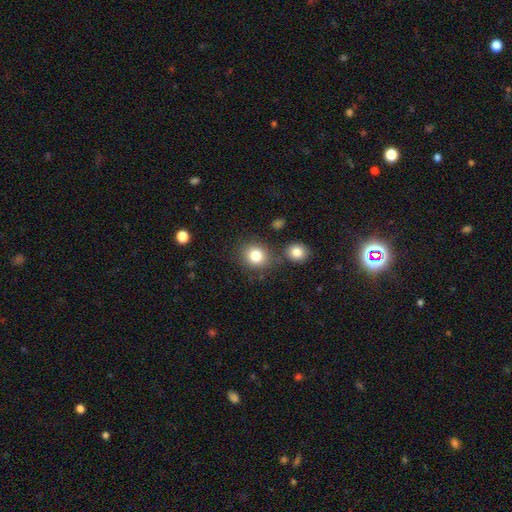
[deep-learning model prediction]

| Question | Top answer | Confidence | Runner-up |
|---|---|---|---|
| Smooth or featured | smooth | 82% | star or artifact (10%) |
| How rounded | round | 80% | in between (19%) |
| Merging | none | 74% | merger (12%) |